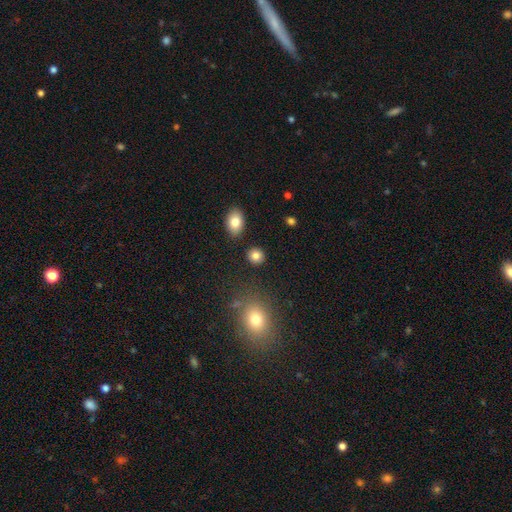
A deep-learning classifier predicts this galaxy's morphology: The model was most divided on "how rounded": round: 82%, in between: 17%, cigar-shaped: 1%. More confident: merging — none (87%); smooth or featured — smooth (84%).